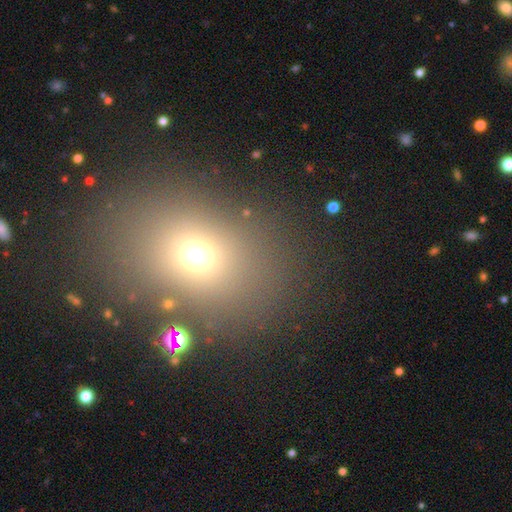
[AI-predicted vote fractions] This is likely a smooth galaxy (63%). How rounded: possibly round (50%). Merging: clearly none (83%).